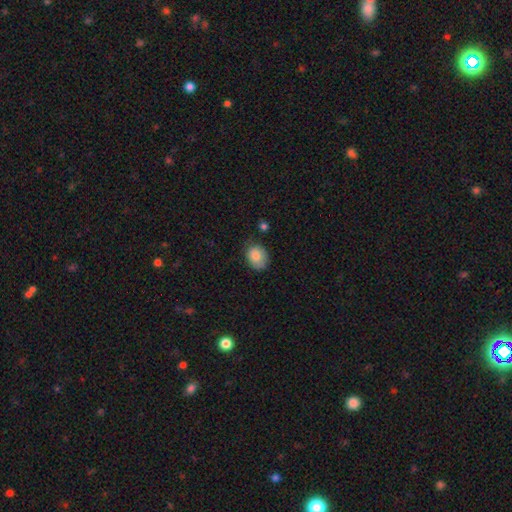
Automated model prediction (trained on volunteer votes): Smooth or featured? Predicted: smooth (p=0.82). How rounded? Predicted: in between (p=0.53). Merging? Predicted: none (p=0.64).